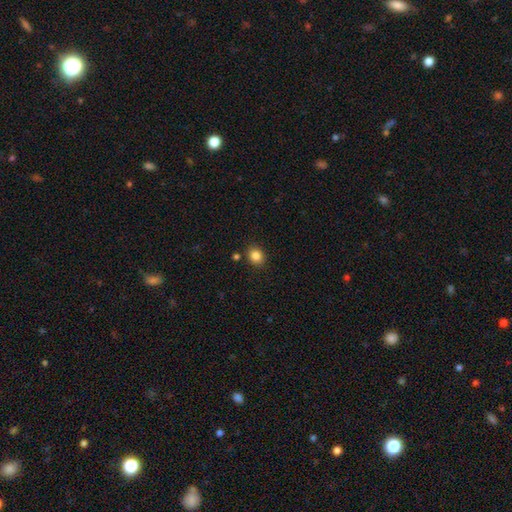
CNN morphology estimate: smooth_or_featured: smooth (p=0.85) [alt: star or artifact p=0.11]
how_rounded: round (p=0.68) [alt: in between p=0.31]
merging: none (p=0.86) [alt: minor disturbance p=0.08]